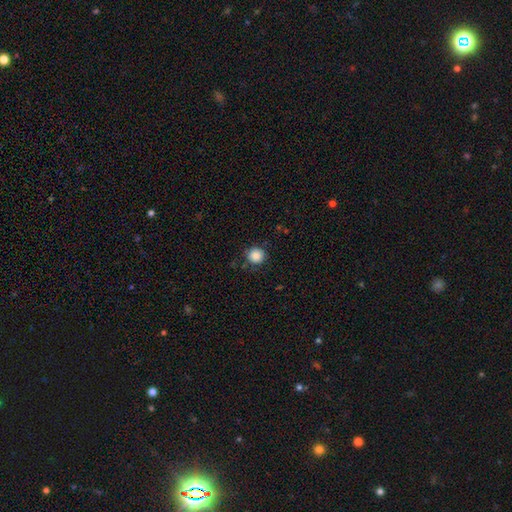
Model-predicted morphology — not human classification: Smooth or featured?
  - smooth: 86% *
  - star or artifact: 10%
  - featured or disk: 4%
How rounded?
  - round: 93% *
  - in between: 6%
  - cigar-shaped: 1%
Merging?
  - none: 84% *
  - minor disturbance: 11%
  - major disturbance: 3%
  - merger: 2%